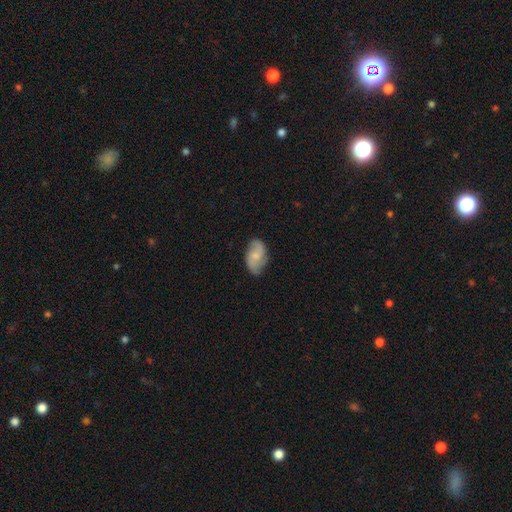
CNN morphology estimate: Smooth or featured?
  - featured or disk: 55% *
  - smooth: 39%
  - star or artifact: 7%
Edge-on disk?
  - no: 96% *
  - yes: 4%
Bar?
  - no: 64% *
  - weak: 32%
  - strong: 4%
Spiral arms?
  - yes: 90% *
  - no: 10%
Bulge size?
  - small: 50% *
  - moderate: 35%
  - none: 12%
  - large: 3%
  - dominant: 1%
Merging?
  - none: 71% *
  - minor disturbance: 22%
  - major disturbance: 5%
  - merger: 1%